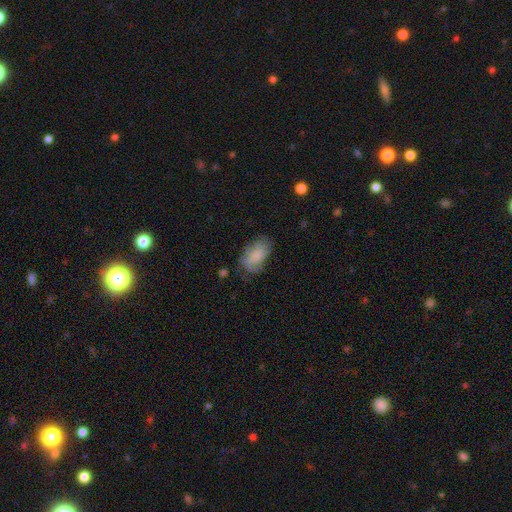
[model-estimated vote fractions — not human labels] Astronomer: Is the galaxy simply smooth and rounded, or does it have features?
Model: smooth — 72%.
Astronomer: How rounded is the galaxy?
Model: in between — 92%.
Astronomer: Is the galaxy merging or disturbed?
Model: none — 54% (runner-up: minor disturbance, 30%).